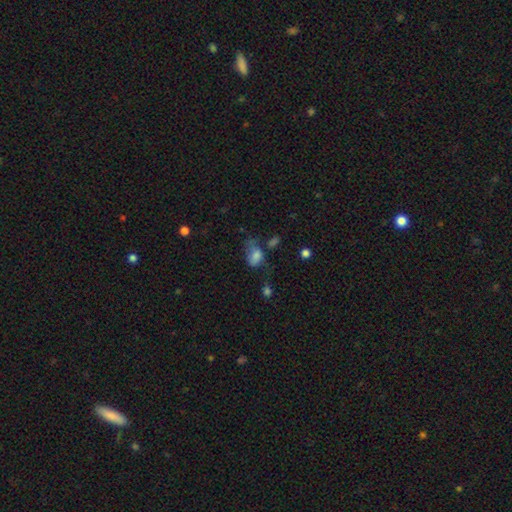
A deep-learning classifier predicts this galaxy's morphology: A smooth galaxy with no disk features (71%) that is in between round and cigar-shaped (80%). Merging: major disturbance (34%).